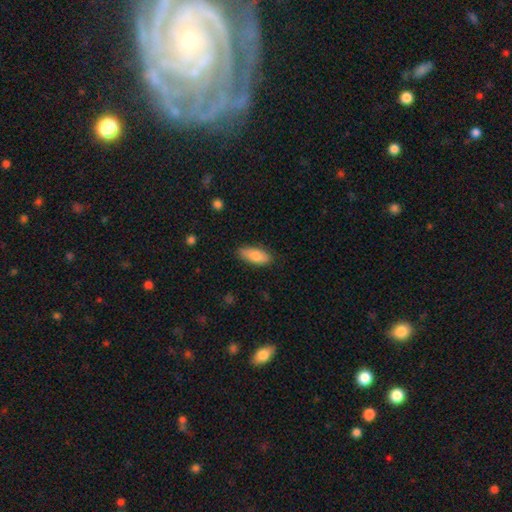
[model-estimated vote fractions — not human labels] This appears to be a smooth galaxy with no disk features (84%) that is in between round and cigar-shaped (79%). Merging: none (85%).